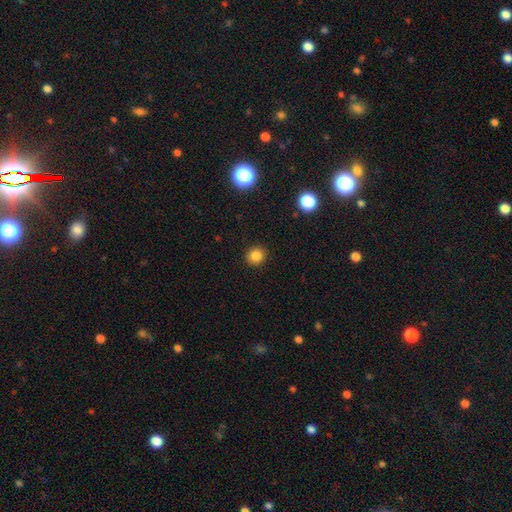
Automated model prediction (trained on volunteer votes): A smooth galaxy with no disk features (83%) that is round (90%). Merging: none (91%).